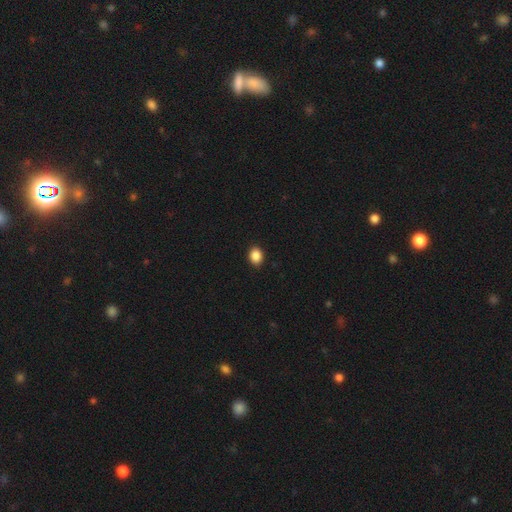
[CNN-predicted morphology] Overall: smooth (88%). How rounded: round (50%; in between 49%). Merging: none (91%).